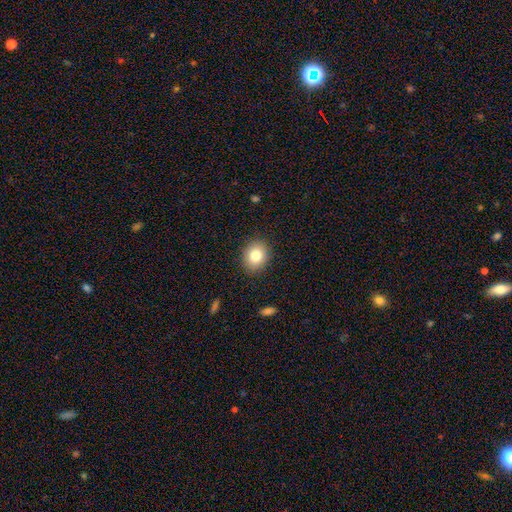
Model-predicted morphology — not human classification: Smooth or featured? Predicted: smooth (p=0.82). How rounded? Predicted: round (p=0.58). Merging? Predicted: none (p=0.89).